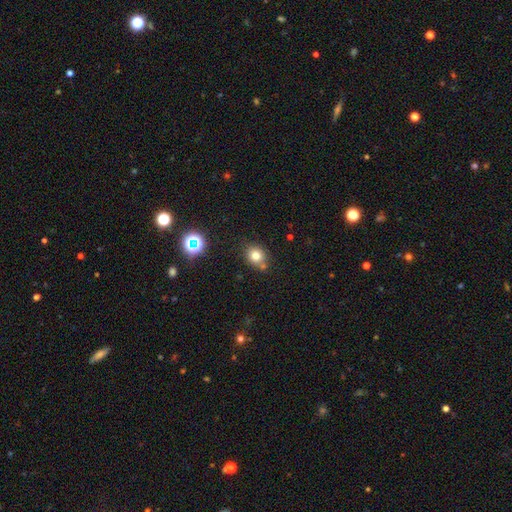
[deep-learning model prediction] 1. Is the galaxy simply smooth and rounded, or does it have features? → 76% smooth, 15% star or artifact, 9% featured or disk.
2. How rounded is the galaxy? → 71% round, 28% in between, 1% cigar-shaped.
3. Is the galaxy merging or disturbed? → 69% none, 15% minor disturbance, 12% merger, 4% major disturbance.